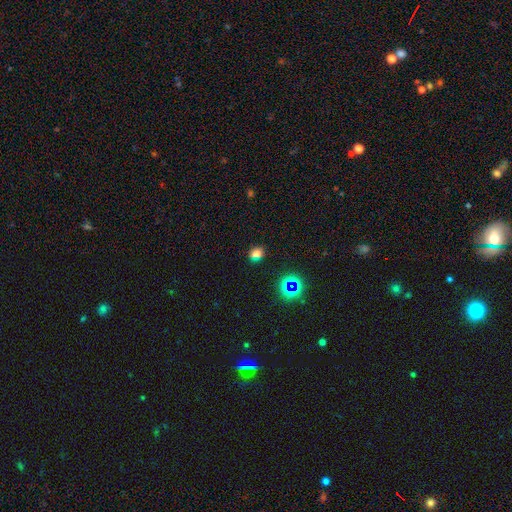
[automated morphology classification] The model was most divided on "how rounded": round: 56%, in between: 43%, cigar-shaped: 1%. More confident: merging — none (83%); smooth or featured — smooth (69%).